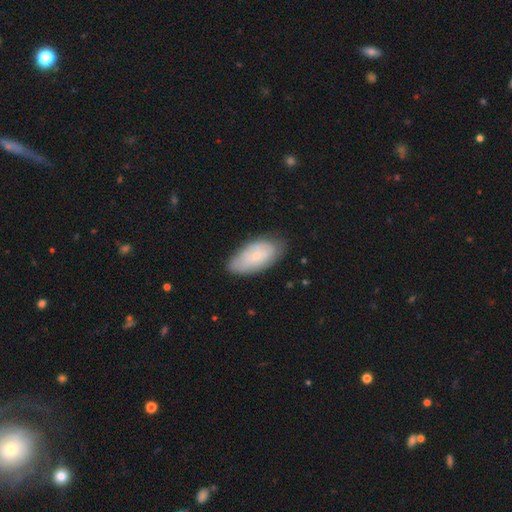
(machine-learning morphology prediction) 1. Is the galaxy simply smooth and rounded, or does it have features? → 53% smooth, 41% featured or disk, 6% star or artifact.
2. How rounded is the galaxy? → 92% in between, 5% cigar-shaped, 3% round.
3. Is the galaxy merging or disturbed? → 73% none, 21% minor disturbance, 4% major disturbance, 1% merger.